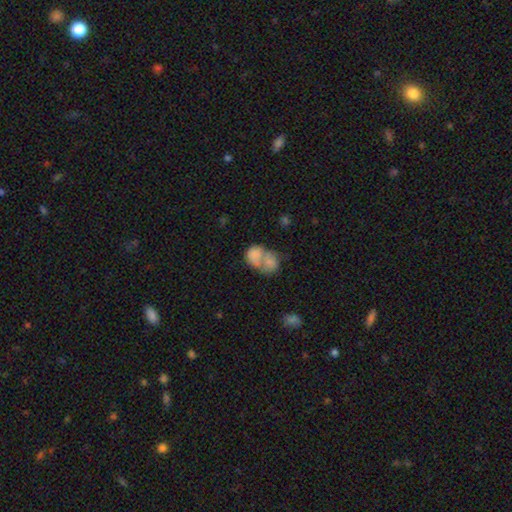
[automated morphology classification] smooth-or-featured: smooth: 70% | featured or disk: 22% | star or artifact: 8%
  how-rounded: in between: 59% | round: 40% | cigar-shaped: 1%
  merging: merger: 72% | none: 14% | major disturbance: 7% | minor disturbance: 7%